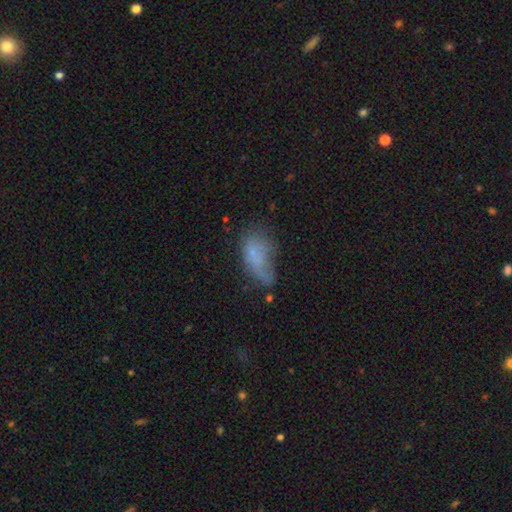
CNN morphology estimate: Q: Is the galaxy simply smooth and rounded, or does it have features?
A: smooth — 62%.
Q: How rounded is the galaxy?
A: in between — 87%.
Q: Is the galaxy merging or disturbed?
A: major disturbance — 31%, tied with none.